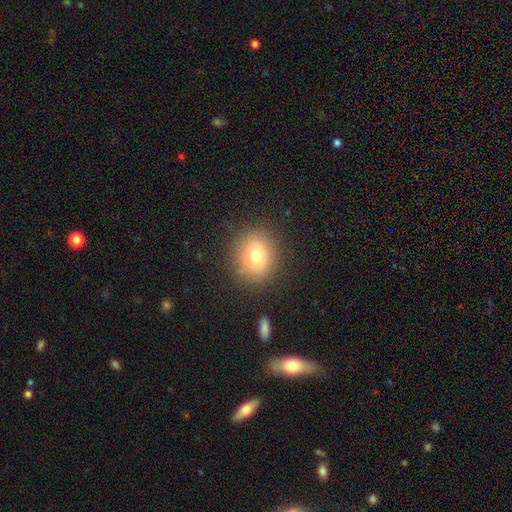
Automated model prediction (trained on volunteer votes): Smooth or featured?
  - smooth: 76% *
  - star or artifact: 12%
  - featured or disk: 12%
How rounded?
  - round: 67% *
  - in between: 32%
  - cigar-shaped: 1%
Merging?
  - none: 86% *
  - minor disturbance: 9%
  - major disturbance: 3%
  - merger: 2%